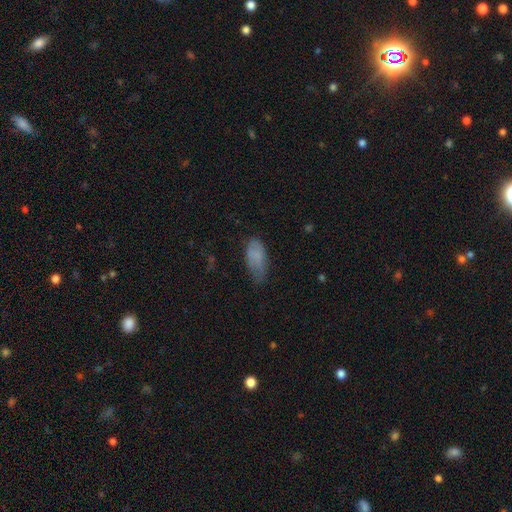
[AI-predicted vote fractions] Overall: smooth (76%). How rounded: in between (87%). Merging: none (47%; minor disturbance 37%).